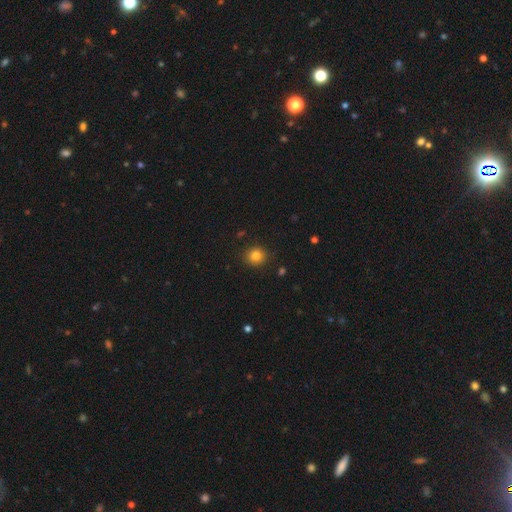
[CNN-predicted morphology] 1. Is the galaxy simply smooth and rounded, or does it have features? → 83% smooth, 12% star or artifact, 5% featured or disk.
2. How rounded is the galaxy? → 88% round, 11% in between, 1% cigar-shaped.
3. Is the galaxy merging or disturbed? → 89% none, 8% minor disturbance, 2% major disturbance, 1% merger.